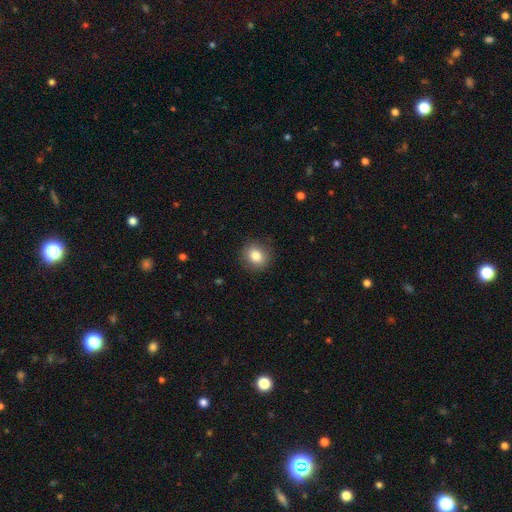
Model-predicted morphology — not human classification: The model was most divided on "how rounded": round: 80%, in between: 19%, cigar-shaped: 1%. More confident: merging — none (88%); smooth or featured — smooth (83%).